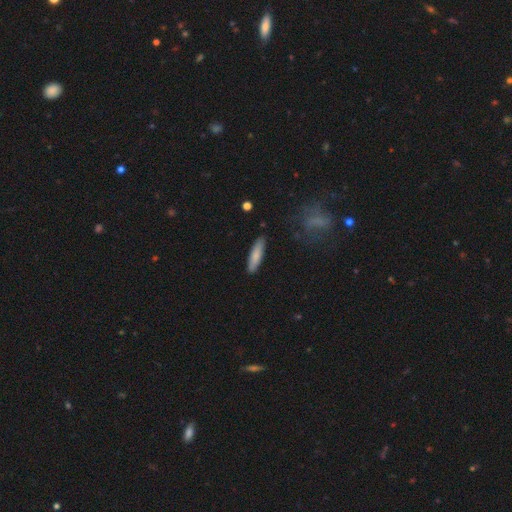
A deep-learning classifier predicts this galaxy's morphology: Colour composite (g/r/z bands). It shows a smooth galaxy with no disk features (80%) that is cigar-shaped (76%). Merging: none (88%).